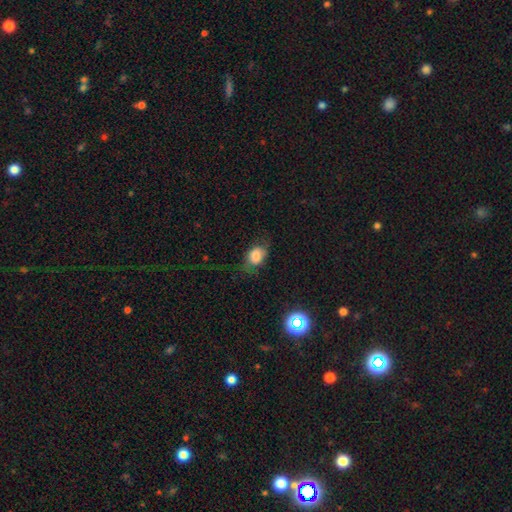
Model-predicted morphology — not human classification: Q: Smooth or featured?
A: smooth (75%); runner-up: featured or disk (14%)
Q: How rounded?
A: in between (63%); runner-up: round (35%)
Q: Merging?
A: none (61%); runner-up: minor disturbance (25%)